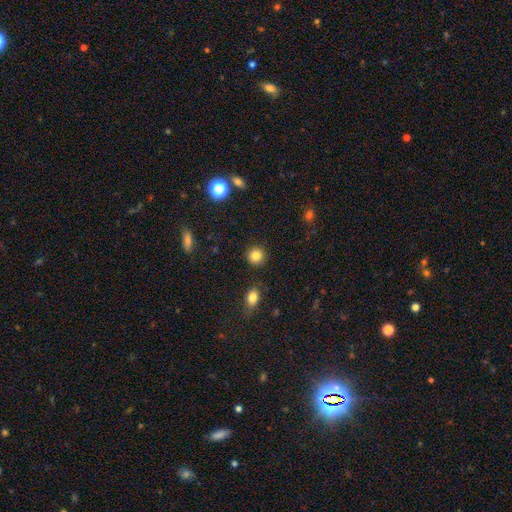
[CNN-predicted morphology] The model was most divided on "smooth or featured": smooth: 84%, star or artifact: 11%, featured or disk: 5%. More confident: how rounded — round (92%); merging — none (91%).